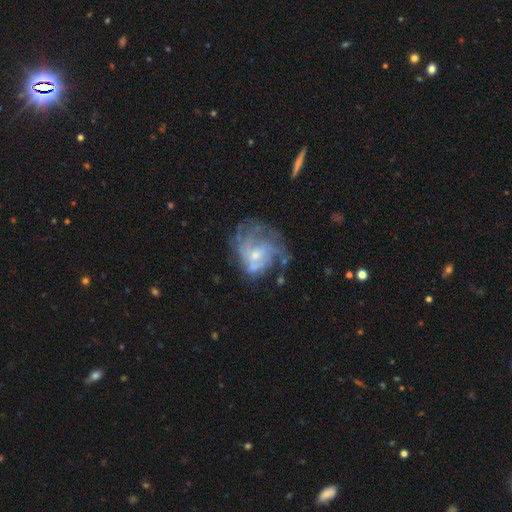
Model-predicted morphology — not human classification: Q: Smooth or featured?
A: featured or disk (73%); runner-up: smooth (18%)
Q: Edge-on disk?
A: no (98%); runner-up: yes (2%)
Q: Bar?
A: no (67%); runner-up: weak (29%)
Q: Spiral arms?
A: yes (69%); runner-up: no (31%)
Q: Bulge size?
A: small (52%); runner-up: moderate (37%)
Q: Merging?
A: none (42%); runner-up: major disturbance (32%)